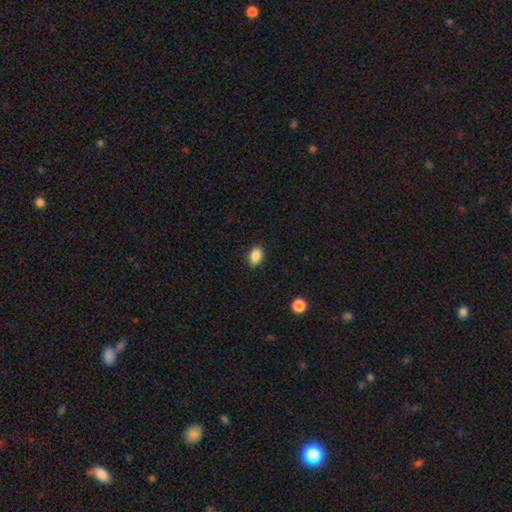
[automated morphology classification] Smooth or featured? smooth (88%)
How rounded? in between (87%)
Merging? none (89%)